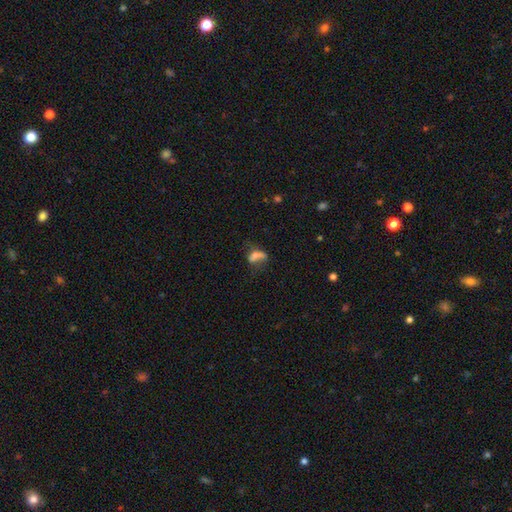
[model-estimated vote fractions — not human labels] A smooth galaxy with no disk features (50%) that is in between round and cigar-shaped (67%). Merging: none (32%).